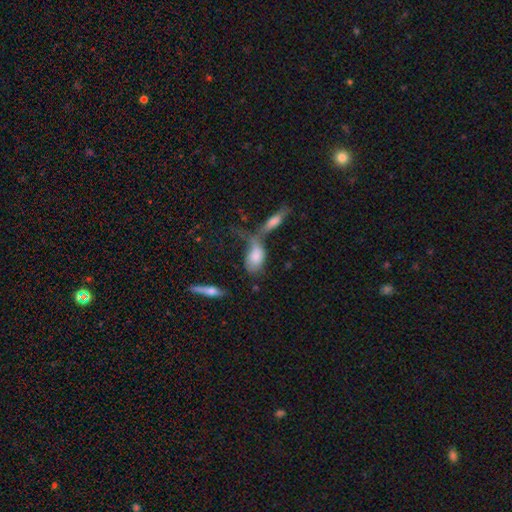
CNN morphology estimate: Smooth or featured: smooth — 73% (featured or disk — 19%)
How rounded: in between — 88% (cigar-shaped — 7%)
Merging: merger — 50% (none — 19%)